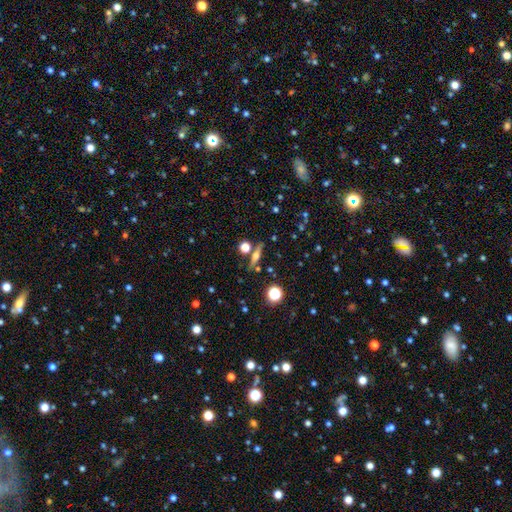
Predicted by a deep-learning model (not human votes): This is possibly a featured or disk galaxy (56%). It is clearly viewed edge-on (93%). Edge-on bulge: clearly rounded (90%). Merging: clearly none (80%).